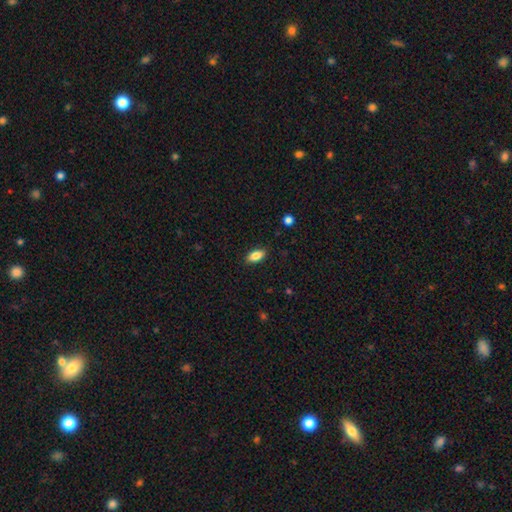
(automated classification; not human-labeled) smooth_or_featured: smooth (p=0.84) [alt: featured or disk p=0.08]
how_rounded: in between (p=0.88) [alt: cigar-shaped p=0.08]
merging: none (p=0.87) [alt: minor disturbance p=0.10]